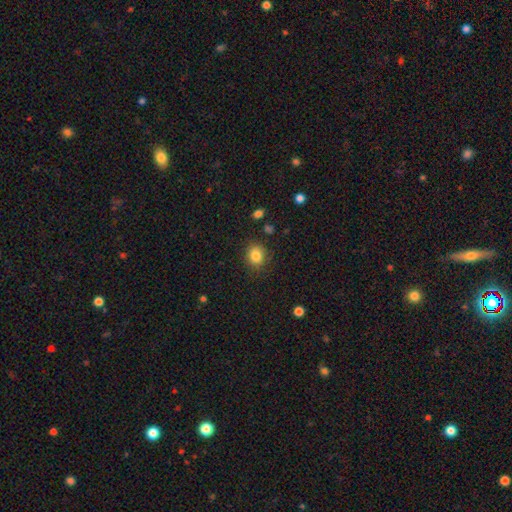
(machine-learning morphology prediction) Smooth or featured?
  - smooth: 84% *
  - star or artifact: 10%
  - featured or disk: 6%
How rounded?
  - round: 71% *
  - in between: 28%
  - cigar-shaped: 1%
Merging?
  - none: 83% *
  - minor disturbance: 11%
  - major disturbance: 3%
  - merger: 2%